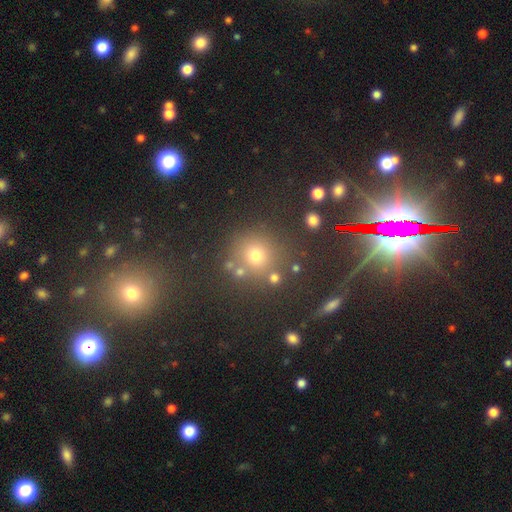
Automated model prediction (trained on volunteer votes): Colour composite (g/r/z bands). It shows a smooth galaxy with no disk features (62%) that is round (90%). Merging: none (74%).